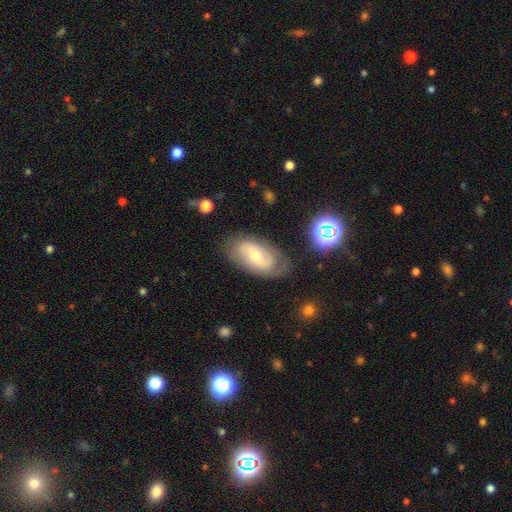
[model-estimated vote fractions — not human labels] This appears to be a featured or disk galaxy (69%) with a weak bar (46%), 2 (72%) medium (41%) spiral arms (82%) and a moderate central bulge (53%). Merging: none (72%).